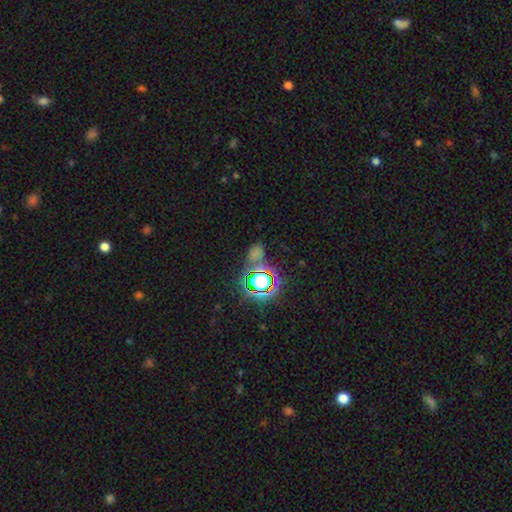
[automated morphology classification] type=star or artifact (50%).